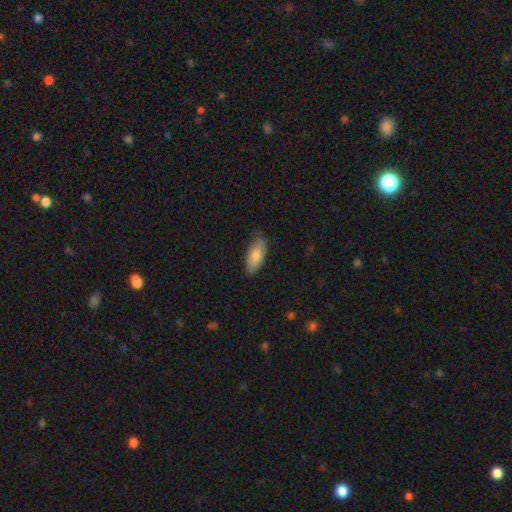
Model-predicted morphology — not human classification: Smooth or featured?
  - smooth: 83% *
  - featured or disk: 11%
  - star or artifact: 6%
How rounded?
  - in between: 82% *
  - cigar-shaped: 16%
  - round: 2%
Merging?
  - none: 75% *
  - minor disturbance: 20%
  - major disturbance: 3%
  - merger: 1%